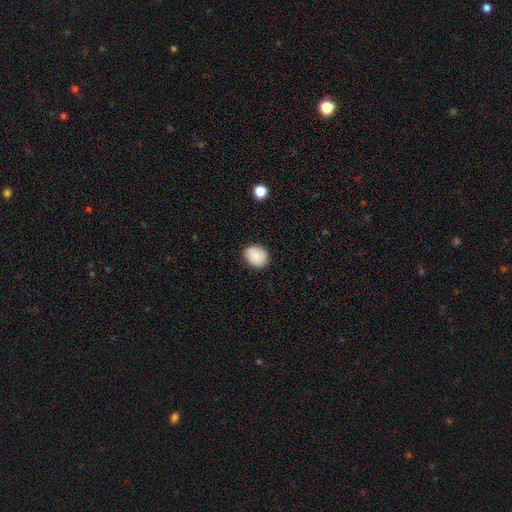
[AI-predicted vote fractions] Morphology: type=smooth (80%); roundness=round (65%); merging=none (83%).